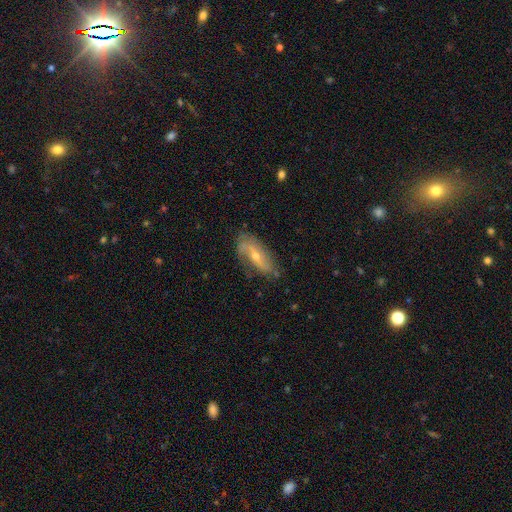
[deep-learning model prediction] Smooth or featured? featured or disk (67%)
Edge-on disk? no (84%)
Bar? no (49%)
Spiral arms? yes (84%)
Bulge size? small (52%)
Merging? none (70%)